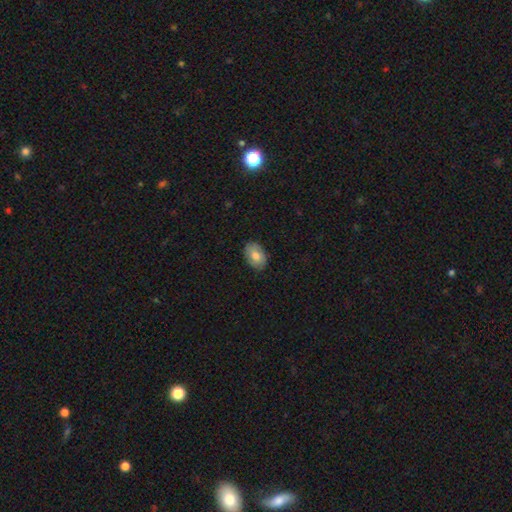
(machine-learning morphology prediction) This is likely a smooth galaxy (75%). How rounded: clearly in between (84%). Merging: clearly none (82%).